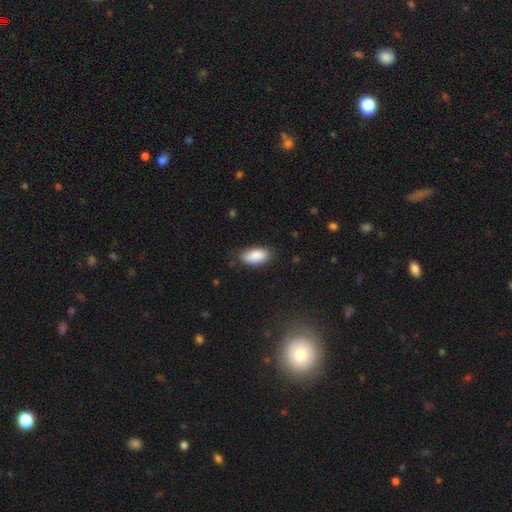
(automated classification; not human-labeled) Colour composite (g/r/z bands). It shows a smooth galaxy with no disk features (88%) that is in between round and cigar-shaped (94%). Merging: none (81%).